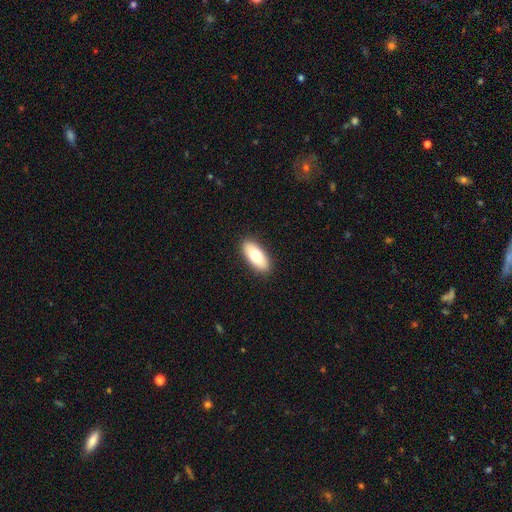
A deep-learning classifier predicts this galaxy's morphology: Smooth or featured? Predicted: smooth (p=0.78). How rounded? Predicted: in between (p=0.86). Merging? Predicted: none (p=0.90).